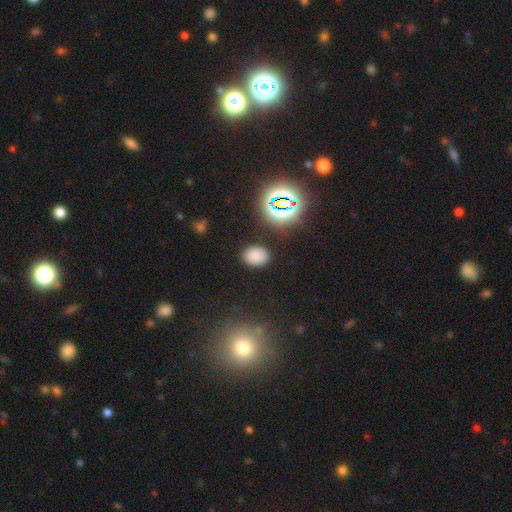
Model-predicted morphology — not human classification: The model was most divided on "how rounded": in between: 66%, round: 33%, cigar-shaped: 1%. More confident: merging — none (85%); smooth or featured — smooth (75%).